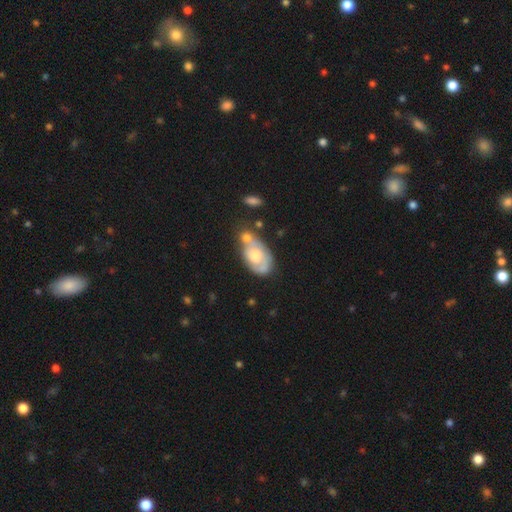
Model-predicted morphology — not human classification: Q: Smooth or featured?
A: smooth (48%); runner-up: featured or disk (46%)
Q: Merging?
A: merger (35%); runner-up: none (30%)